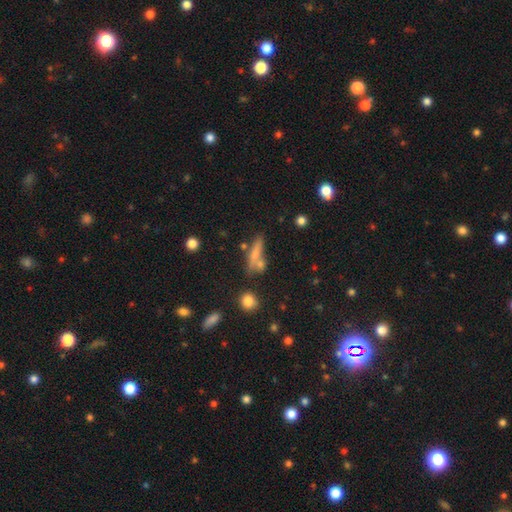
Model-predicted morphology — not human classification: A smooth galaxy with no disk features (61%) that is cigar-shaped (69%). Merging: none (51%).